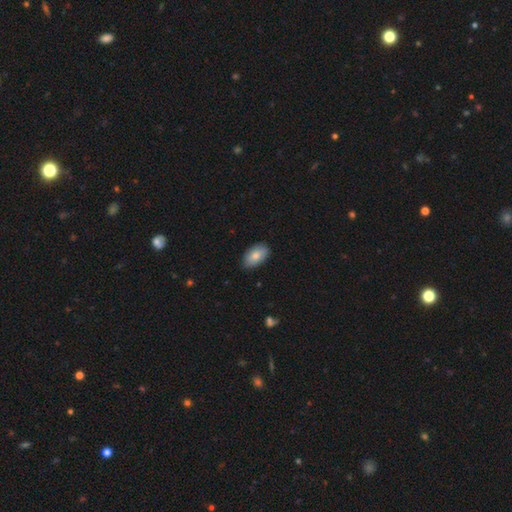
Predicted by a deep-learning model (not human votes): Morphology: type=smooth (79%); roundness=in between (94%); merging=none (86%).